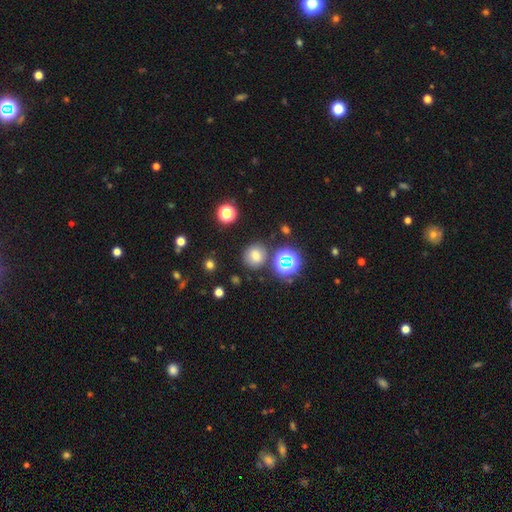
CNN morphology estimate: Smooth or featured? smooth (68%)
How rounded? round (83%)
Merging? none (80%)